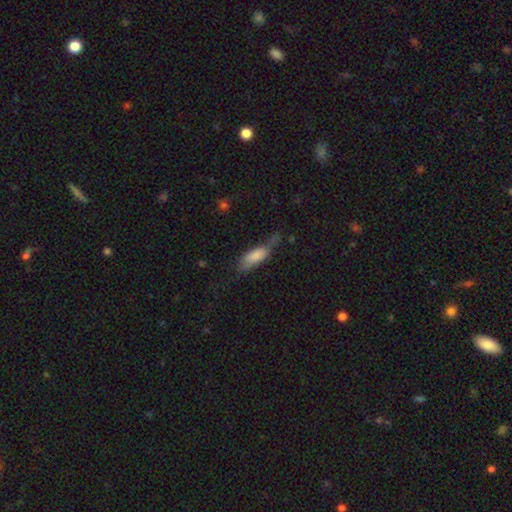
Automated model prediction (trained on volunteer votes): smooth_or_featured: smooth (p=0.76) [alt: featured or disk p=0.17]
how_rounded: in between (p=0.66) [alt: cigar-shaped p=0.31]
merging: minor disturbance (p=0.35) [alt: none p=0.33]